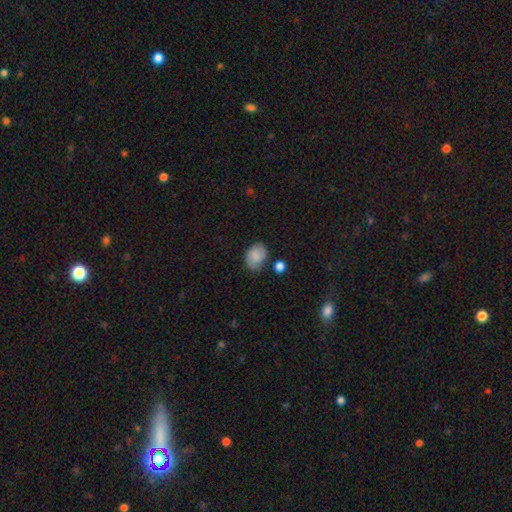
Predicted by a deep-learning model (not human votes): smooth_or_featured: smooth (p=0.82) [alt: featured or disk p=0.10]
how_rounded: in between (p=0.73) [alt: round p=0.26]
merging: none (p=0.68) [alt: minor disturbance p=0.22]